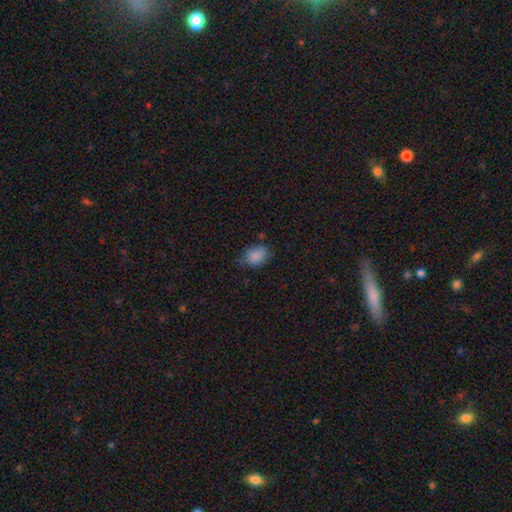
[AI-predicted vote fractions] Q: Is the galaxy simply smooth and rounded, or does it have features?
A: smooth — 87%.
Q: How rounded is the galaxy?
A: in between — 69%.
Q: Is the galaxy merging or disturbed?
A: none — 70%.